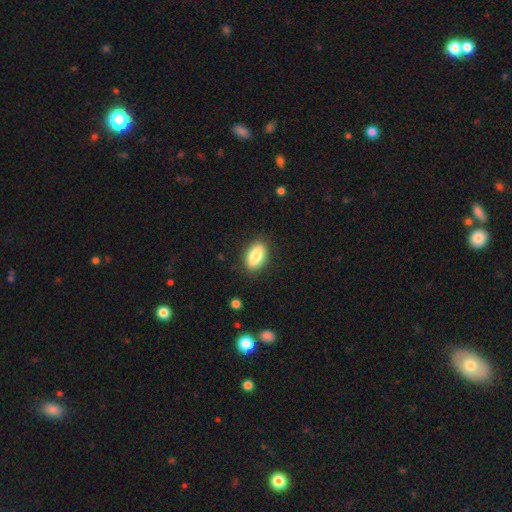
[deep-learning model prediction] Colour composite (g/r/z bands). It shows a smooth galaxy with no disk features (84%) that is in between round and cigar-shaped (88%). Merging: none (87%).